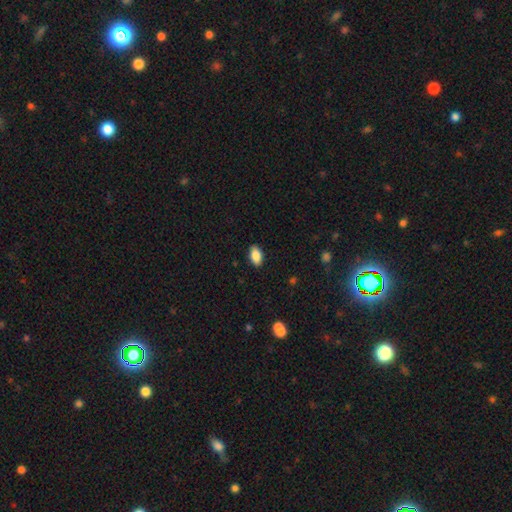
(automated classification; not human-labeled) Overall: smooth (88%). How rounded: in between (92%). Merging: none (89%).